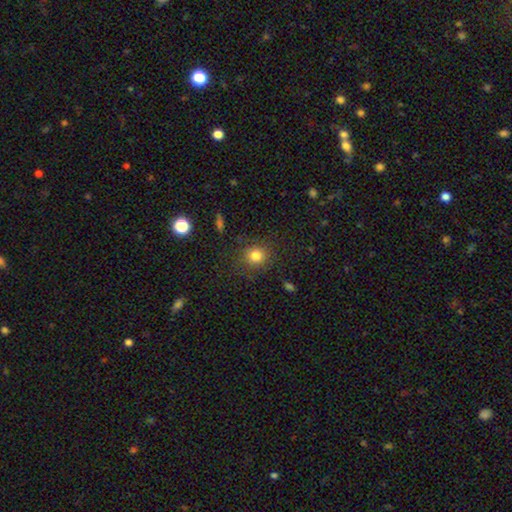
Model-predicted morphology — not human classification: Smooth or featured? smooth (81%)
How rounded? round (87%)
Merging? none (84%)